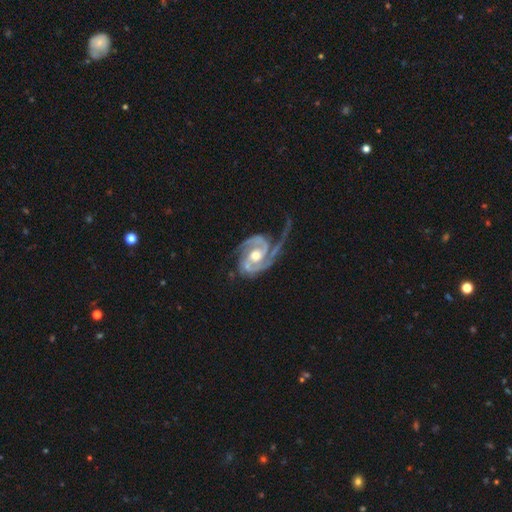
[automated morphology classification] The model was most divided on "spiral winding": tight: 46%, medium: 43%, loose: 11%. Remaining: spiral arms — yes (98%); edge-on disk — no (98%); smooth or featured — featured or disk (94%); bulge size — moderate (75%); spiral arm count — 2 (75%); bar — no (52%); merging — none (47%).